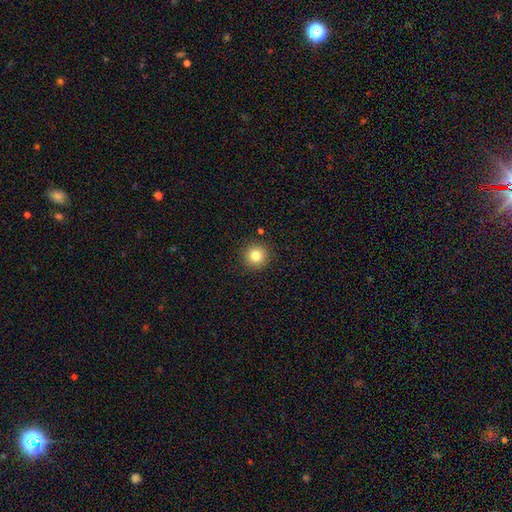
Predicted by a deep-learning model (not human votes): smooth 82%, star or artifact 11%, featured or disk 7%. Down the decision tree: how rounded — round (95%); merging — none (91%).